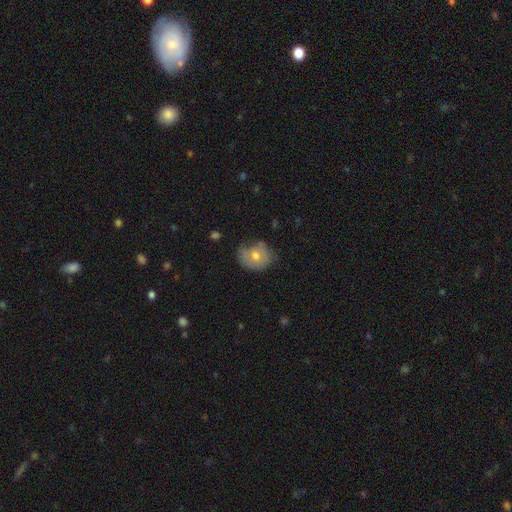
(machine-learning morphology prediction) smooth 58%, featured or disk 33%, star or artifact 9%. Down the decision tree: how rounded — round (62%); merging — none (57%).